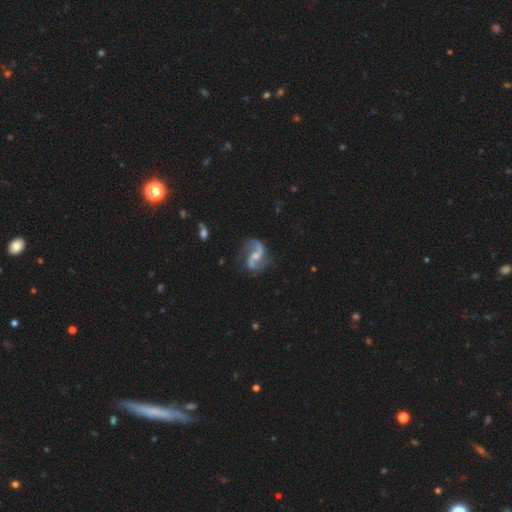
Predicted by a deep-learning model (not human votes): A featured or disk galaxy (89%) with a weak bar (45%), 2 (92%) loose (60%) spiral arms (97%) and a small central bulge (44%). Merging: none (72%).